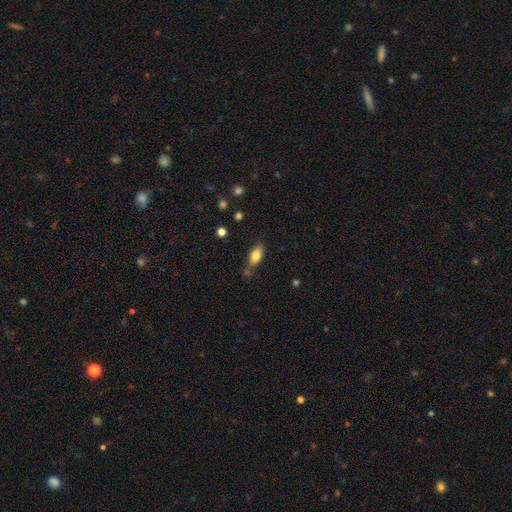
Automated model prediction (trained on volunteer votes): The model was most divided on "merging": none: 67%, minor disturbance: 19%, merger: 9%, major disturbance: 5%. More confident: how rounded — in between (86%); smooth or featured — smooth (80%).